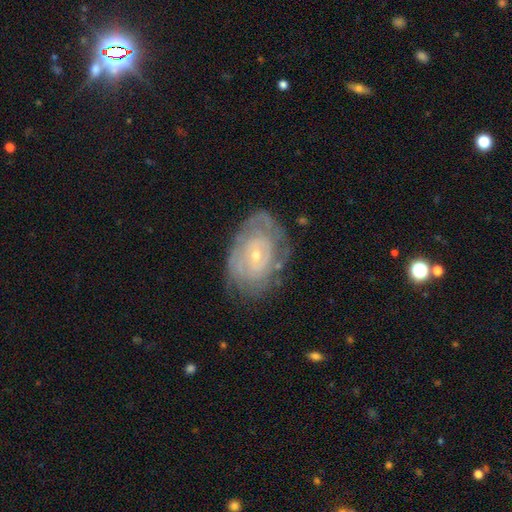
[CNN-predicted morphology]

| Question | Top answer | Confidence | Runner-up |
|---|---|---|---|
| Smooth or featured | featured or disk | 78% | smooth (16%) |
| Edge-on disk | no | 96% | yes (4%) |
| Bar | no | 69% | weak (25%) |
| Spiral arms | yes | 80% | no (20%) |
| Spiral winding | tight | 76% | medium (18%) |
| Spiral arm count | can't tell | 57% | 2 (19%) |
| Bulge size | small | 74% | moderate (22%) |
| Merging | none | 67% | minor disturbance (22%) |